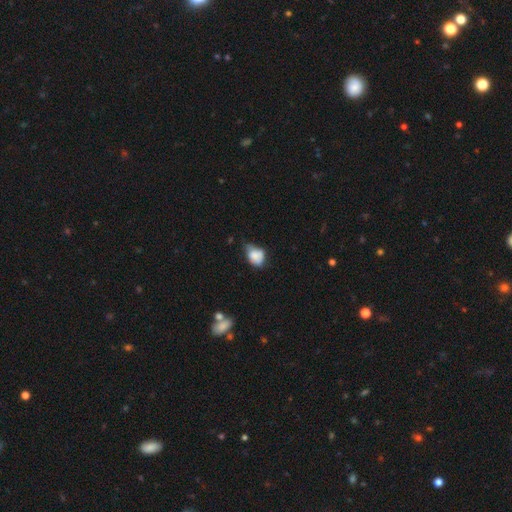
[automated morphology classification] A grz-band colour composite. It shows a smooth galaxy with no disk features (76%) that is in between round and cigar-shaped (64%). Merging: minor disturbance (47%).